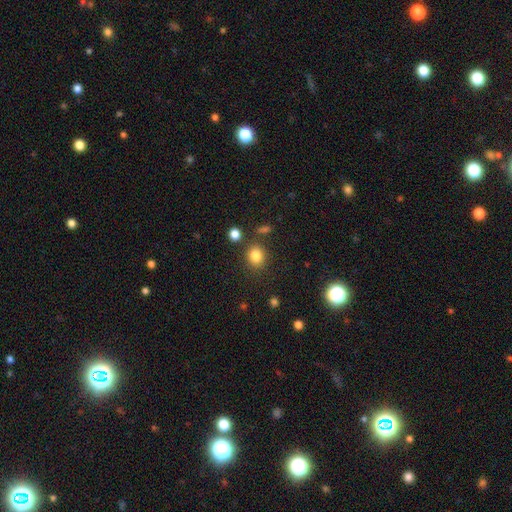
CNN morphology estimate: smooth-or-featured: smooth: 83% | star or artifact: 12% | featured or disk: 5%
  how-rounded: round: 72% | in between: 27% | cigar-shaped: 1%
  merging: none: 80% | minor disturbance: 10% | merger: 6% | major disturbance: 4%